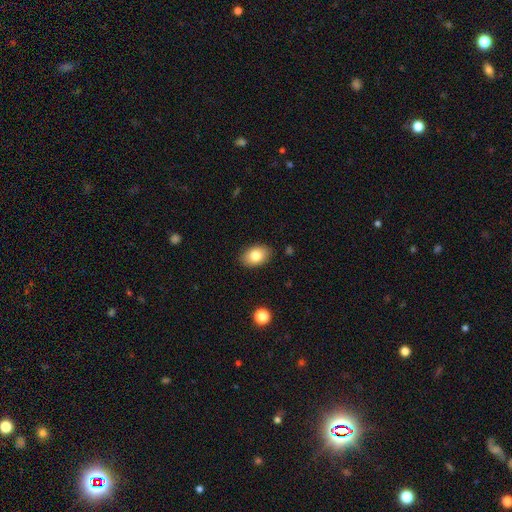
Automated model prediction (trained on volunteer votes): Overall: smooth (81%). How rounded: in between (85%). Merging: none (87%).